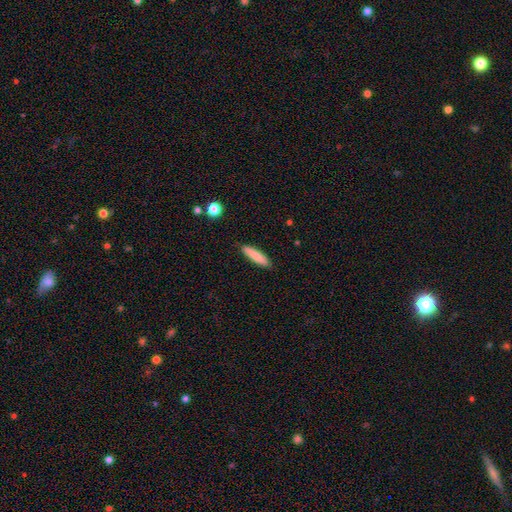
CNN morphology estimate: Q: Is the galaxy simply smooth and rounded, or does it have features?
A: smooth — 82%.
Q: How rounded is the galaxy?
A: cigar-shaped — 79%.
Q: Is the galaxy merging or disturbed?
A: none — 87%.